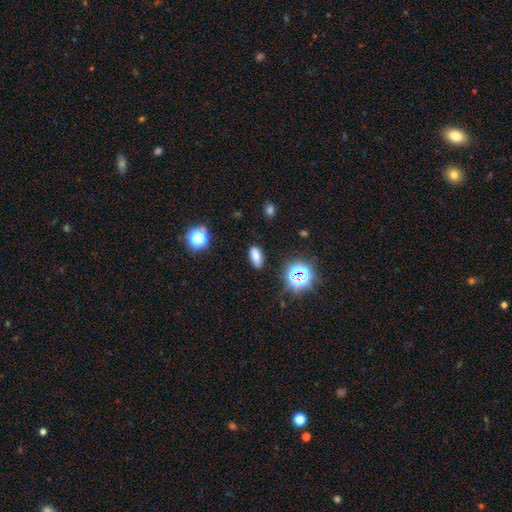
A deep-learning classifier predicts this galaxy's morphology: Q: Smooth or featured?
A: smooth (74%); runner-up: star or artifact (18%)
Q: How rounded?
A: in between (82%); runner-up: cigar-shaped (12%)
Q: Merging?
A: none (86%); runner-up: minor disturbance (10%)